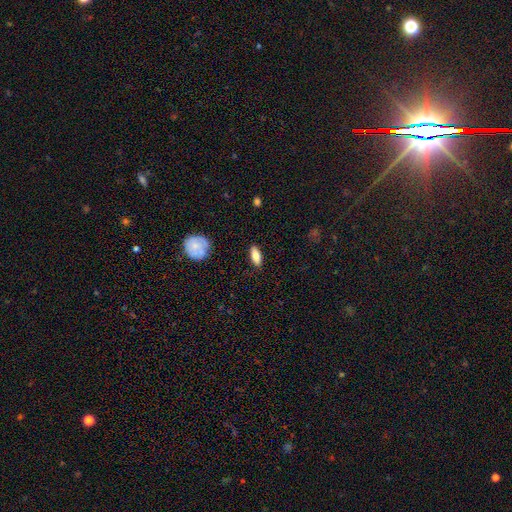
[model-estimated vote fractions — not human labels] smooth_or_featured: smooth (p=0.77) [alt: featured or disk p=0.17]
how_rounded: in between (p=0.71) [alt: cigar-shaped p=0.26]
merging: none (p=0.87) [alt: minor disturbance p=0.10]